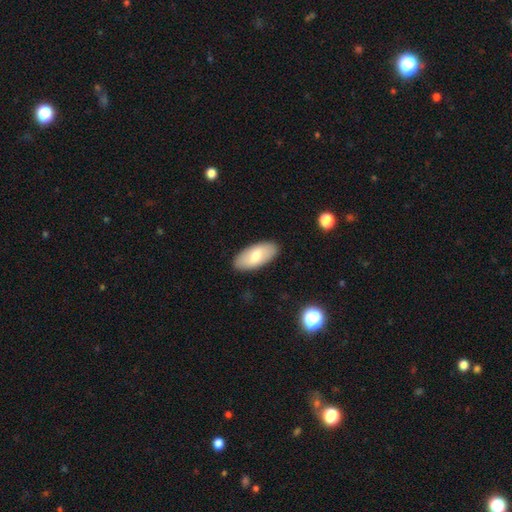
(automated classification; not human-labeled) smooth-or-featured: smooth: 69% | featured or disk: 26% | star or artifact: 5%
  how-rounded: in between: 92% | cigar-shaped: 6% | round: 2%
  merging: none: 89% | minor disturbance: 8% | major disturbance: 2% | merger: 1%